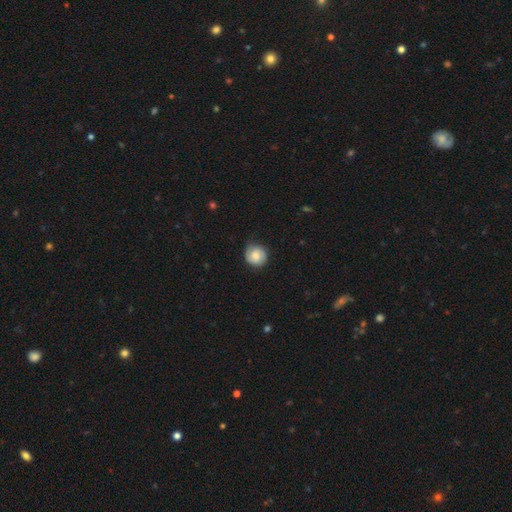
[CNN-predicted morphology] A smooth galaxy with no disk features (46%, tied with featured or disk).

Vote fractions:
- Smooth or featured? smooth: 46% (tied) / featured or disk: 46% (tied) / star or artifact: 8%
- Merging? none: 78% / minor disturbance: 17% / major disturbance: 4% / merger: 1%